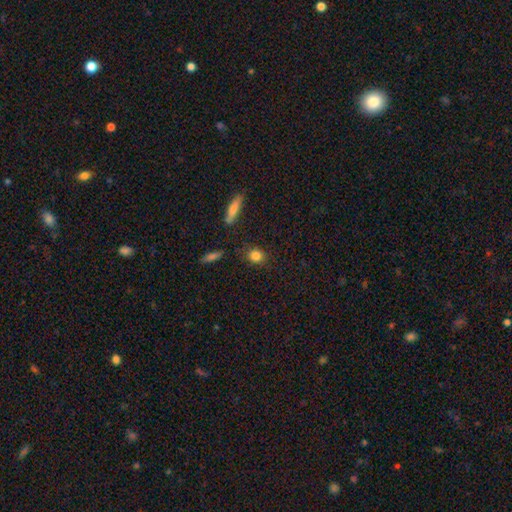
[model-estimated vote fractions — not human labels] This appears to be a smooth galaxy with no disk features (84%) that is round (75%). Merging: none (83%).